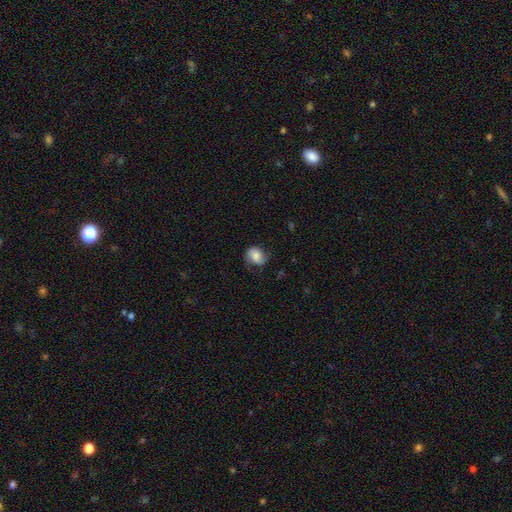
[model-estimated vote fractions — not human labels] Q: Smooth or featured?
A: smooth (57%); runner-up: featured or disk (35%)
Q: How rounded?
A: round (51%); runner-up: in between (48%)
Q: Merging?
A: none (58%); runner-up: minor disturbance (27%)